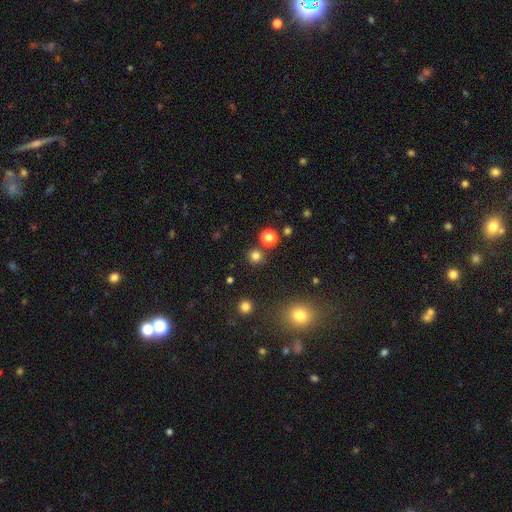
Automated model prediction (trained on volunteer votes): Smooth or featured? smooth (78%)
How rounded? round (93%)
Merging? none (85%)